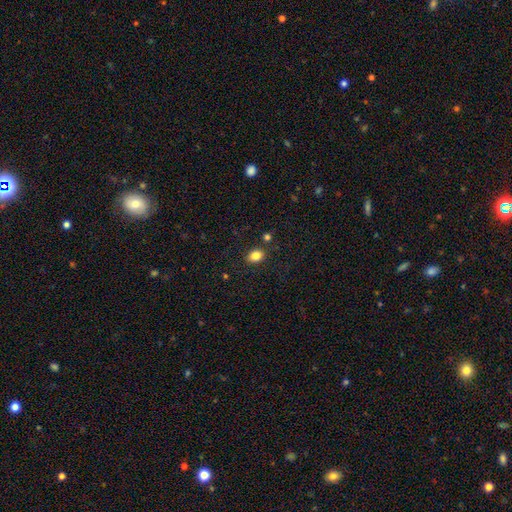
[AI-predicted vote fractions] smooth-or-featured: smooth: 84% | star or artifact: 10% | featured or disk: 6%
  how-rounded: in between: 69% | round: 30% | cigar-shaped: 1%
  merging: none: 84% | minor disturbance: 10% | merger: 4% | major disturbance: 3%